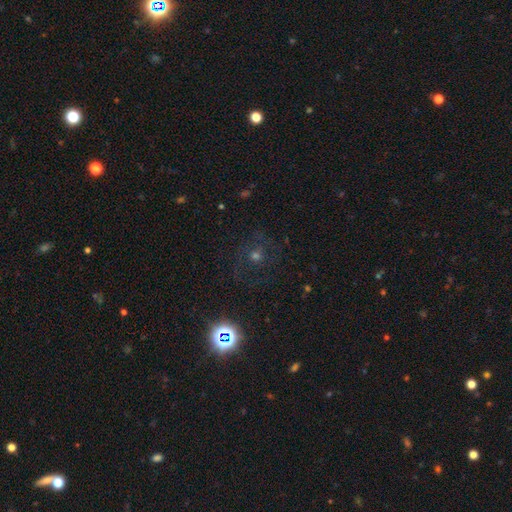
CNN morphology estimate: Smooth or featured? Predicted: star or artifact (p=0.44).